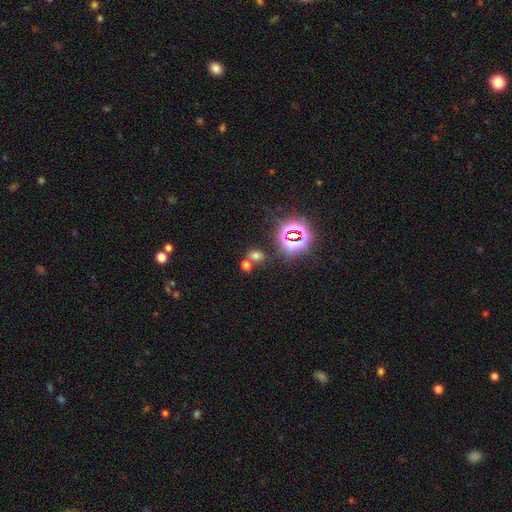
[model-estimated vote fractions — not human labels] smooth_or_featured: smooth (p=0.55) [alt: star or artifact p=0.36]
how_rounded: in between (p=0.61) [alt: round p=0.38]
merging: none (p=0.63) [alt: merger p=0.24]